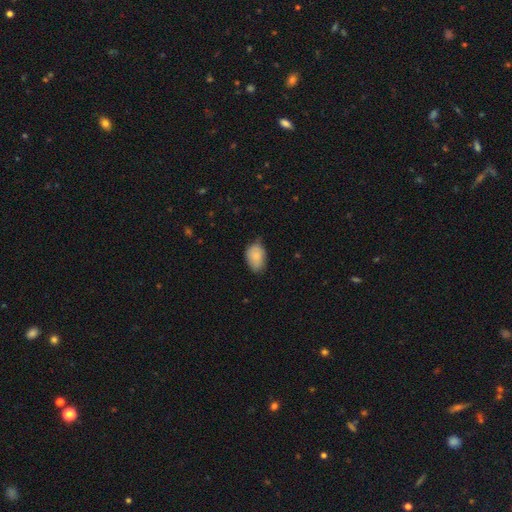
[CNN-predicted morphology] Smooth or featured? smooth (85%)
How rounded? in between (87%)
Merging? none (59%)